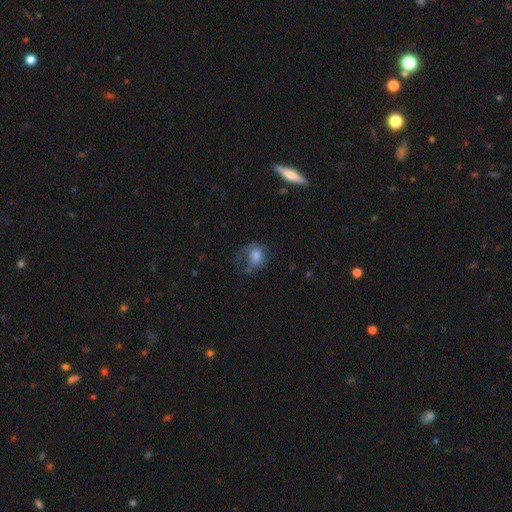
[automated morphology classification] The model was most divided on "merging": none: 40%, major disturbance: 32%, minor disturbance: 26%, merger: 2%. More confident: smooth or featured — smooth (64%); how rounded — in between (55%).